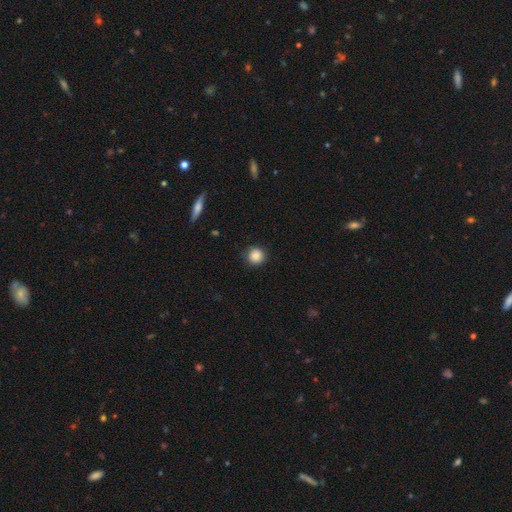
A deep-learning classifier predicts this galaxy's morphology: smooth 87%, star or artifact 10%, featured or disk 4%. Down the decision tree: how rounded — round (94%); merging — none (88%).